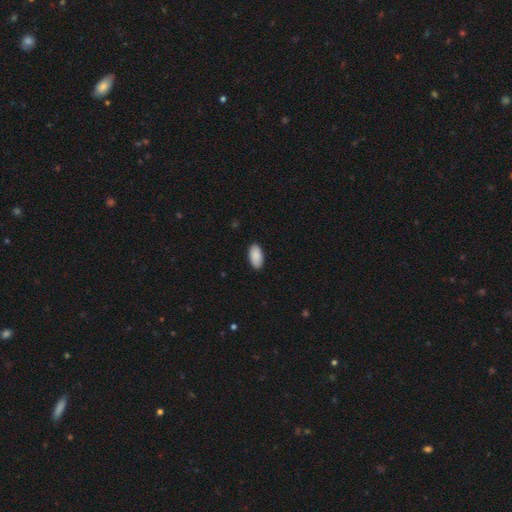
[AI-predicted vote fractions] Smooth or featured? Predicted: smooth (p=0.91). How rounded? Predicted: in between (p=0.96). Merging? Predicted: none (p=0.89).